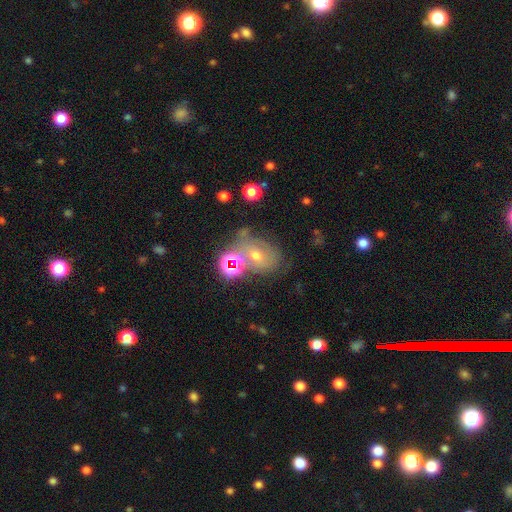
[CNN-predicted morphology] smooth-or-featured: smooth: 43% | featured or disk: 29% | star or artifact: 28%
  merging: none: 47% | merger: 21% | minor disturbance: 19% | major disturbance: 13%